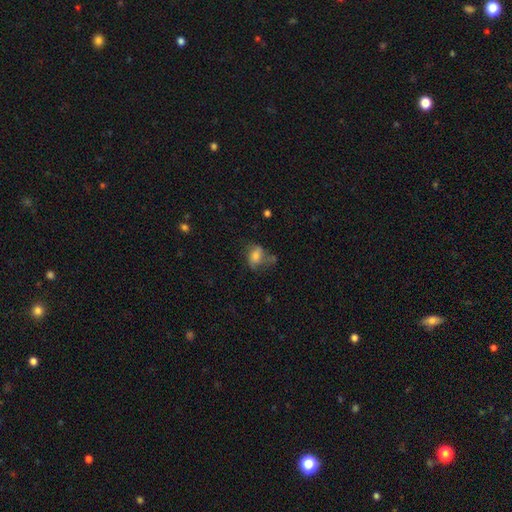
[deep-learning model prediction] Smooth or featured: smooth — 60% (featured or disk — 27%)
How rounded: in between — 76% (round — 21%)
Merging: none — 38% (minor disturbance — 27%)